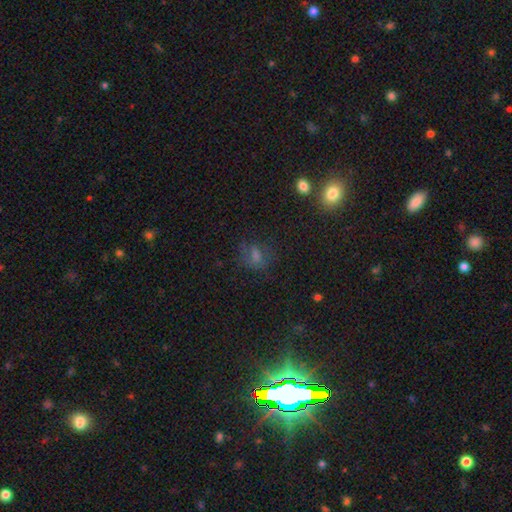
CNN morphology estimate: The model was most divided on "smooth or featured": smooth: 47%, star or artifact: 36%, featured or disk: 18%. More confident: merging — none (68%).